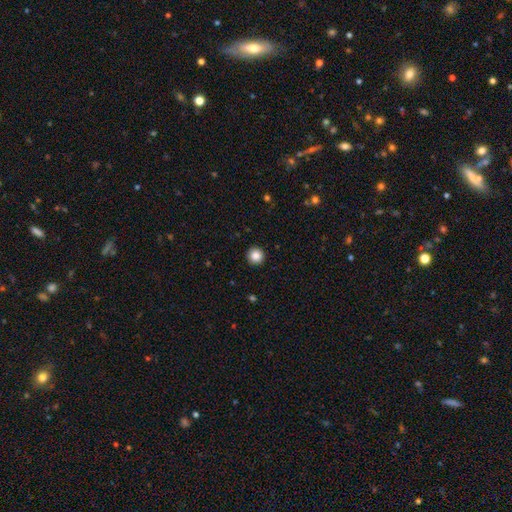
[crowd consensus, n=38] Smooth or featured: smooth — 79% (featured or disk — 13%)
How rounded: round — 93% (in between — 7%)
Merging: none — 94% (minor disturbance — 6%)